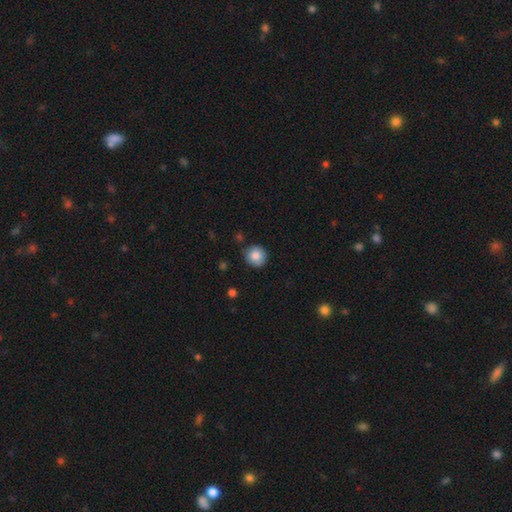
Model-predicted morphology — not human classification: This appears to be a smooth galaxy with no disk features (83%) that is round (92%). Merging: none (85%).